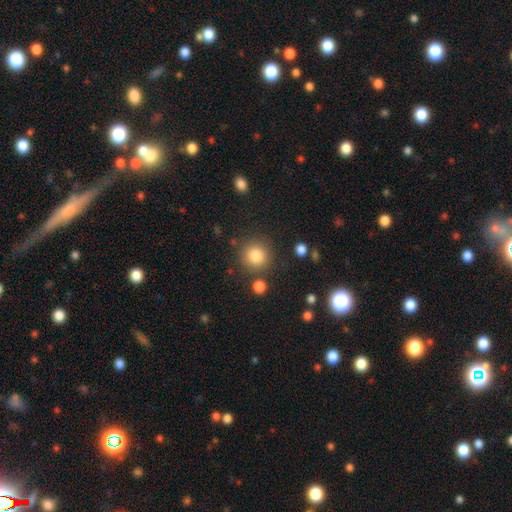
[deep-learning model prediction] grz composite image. It shows a smooth galaxy with no disk features (84%) that is round (93%). Merging: none (83%).